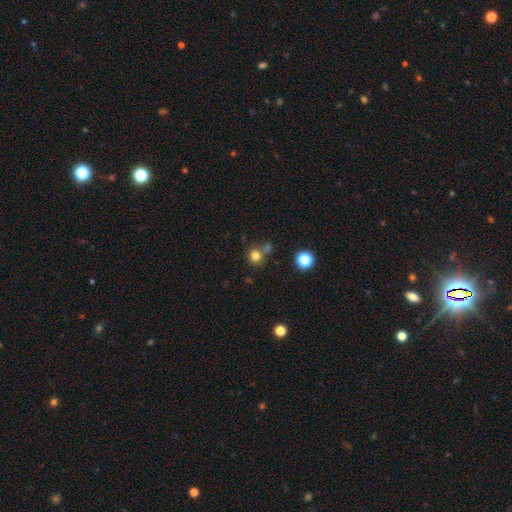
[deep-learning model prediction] smooth-or-featured: smooth: 78% | star or artifact: 16% | featured or disk: 7%
  how-rounded: round: 91% | in between: 8% | cigar-shaped: 1%
  merging: none: 68% | merger: 20% | minor disturbance: 9% | major disturbance: 4%